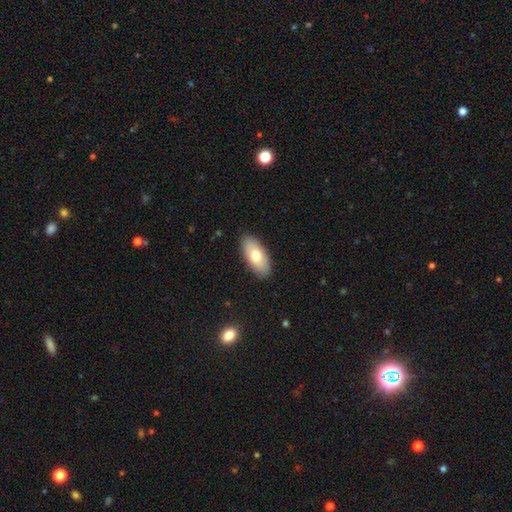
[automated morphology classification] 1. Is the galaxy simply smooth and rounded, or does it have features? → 73% smooth, 21% featured or disk, 6% star or artifact.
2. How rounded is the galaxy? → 91% in between, 7% cigar-shaped, 3% round.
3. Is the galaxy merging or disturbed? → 89% none, 8% minor disturbance, 2% major disturbance, 1% merger.